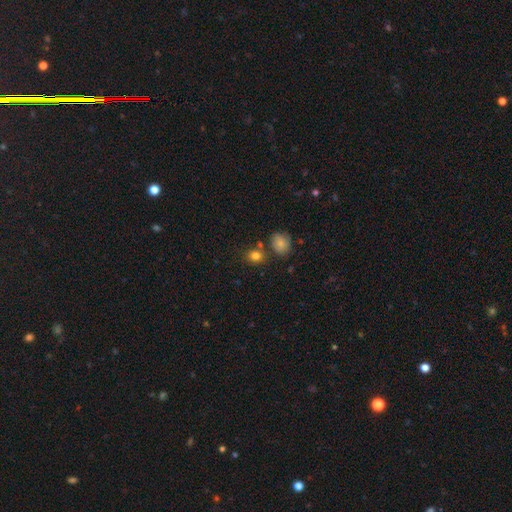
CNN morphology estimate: Overall: smooth (81%). How rounded: round (64%; in between 35%). Merging: none (72%).